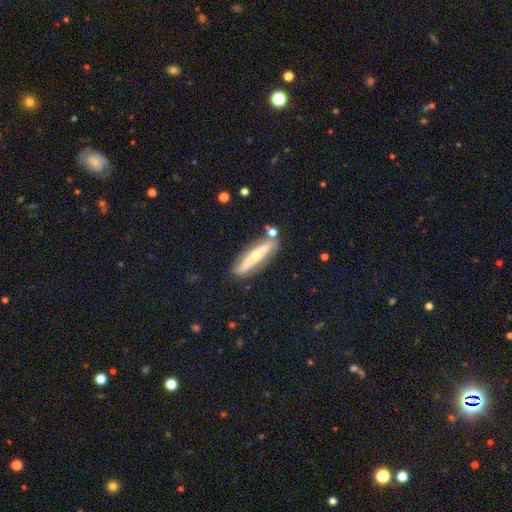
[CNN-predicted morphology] smooth_or_featured: featured or disk (p=0.58) [alt: smooth p=0.36]
disk_edge_on: yes (p=0.81) [alt: no p=0.19]
merging: none (p=0.78) [alt: minor disturbance p=0.13]